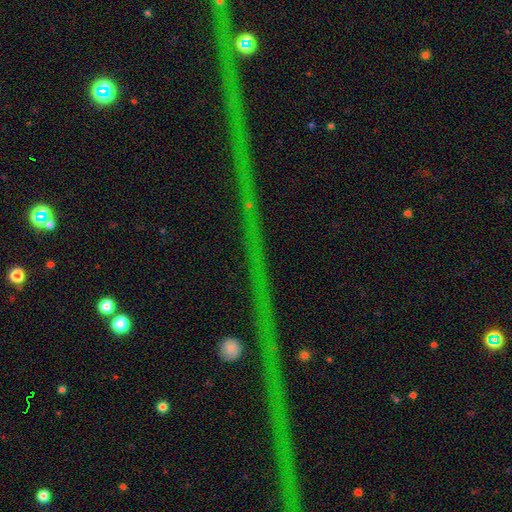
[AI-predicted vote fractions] Smooth or featured: star or artifact — 79% (featured or disk — 14%)